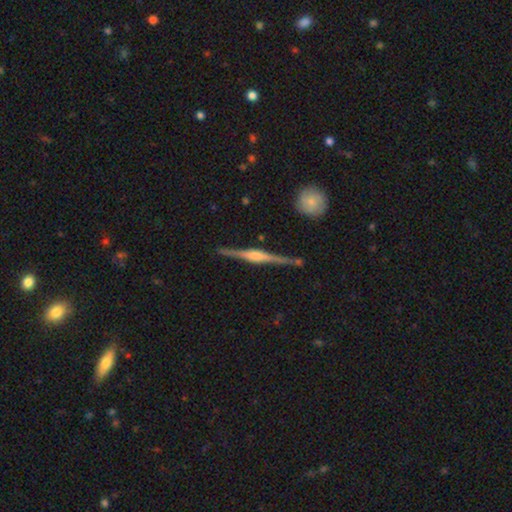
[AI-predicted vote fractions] smooth-or-featured: featured or disk: 85% | smooth: 10% | star or artifact: 6%
  disk-edge-on: yes: 98% | no: 2%
    edge-on-bulge: rounded: 71% | boxy: 24% | none: 5%
  merging: none: 87% | minor disturbance: 9% | major disturbance: 2% | merger: 2%